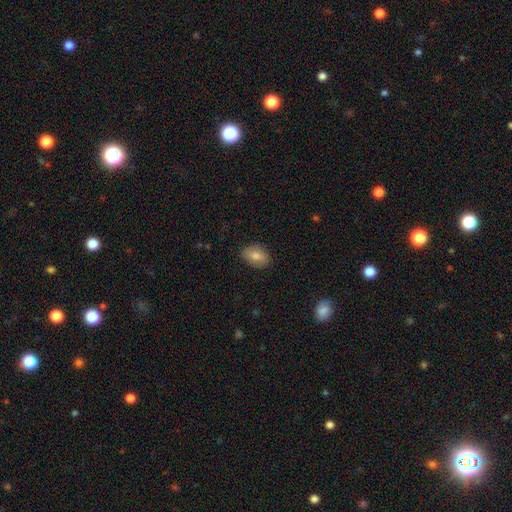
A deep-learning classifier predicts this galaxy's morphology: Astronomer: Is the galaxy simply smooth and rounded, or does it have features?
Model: smooth — 76%.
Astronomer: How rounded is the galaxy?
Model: in between — 76%.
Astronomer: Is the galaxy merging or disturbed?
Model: none — 87%.